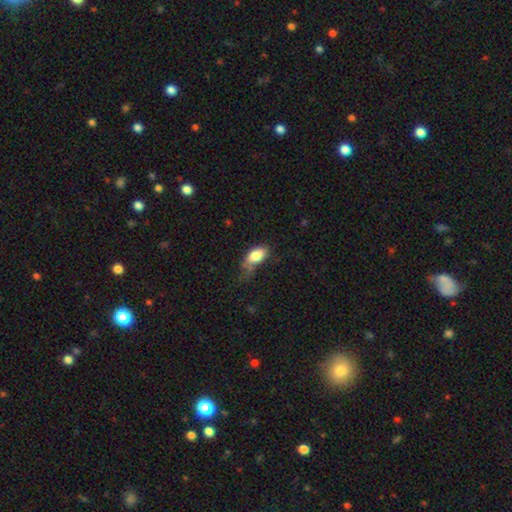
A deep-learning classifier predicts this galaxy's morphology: Smooth or featured? Predicted: smooth (p=0.80). How rounded? Predicted: in between (p=0.89). Merging? Predicted: minor disturbance (p=0.38).